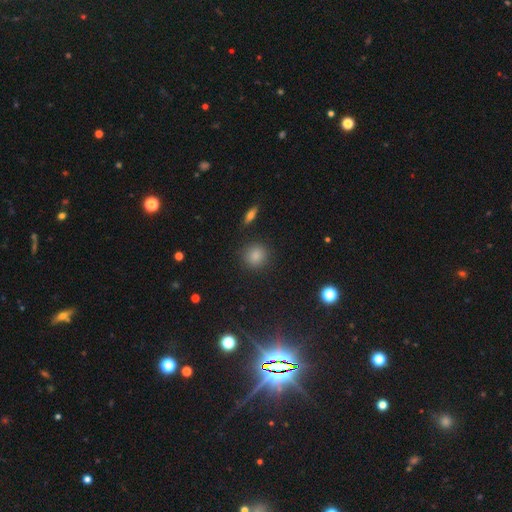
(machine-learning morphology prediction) Smooth or featured: smooth — 85% (star or artifact — 11%)
How rounded: round — 88% (in between — 11%)
Merging: none — 88% (minor disturbance — 7%)